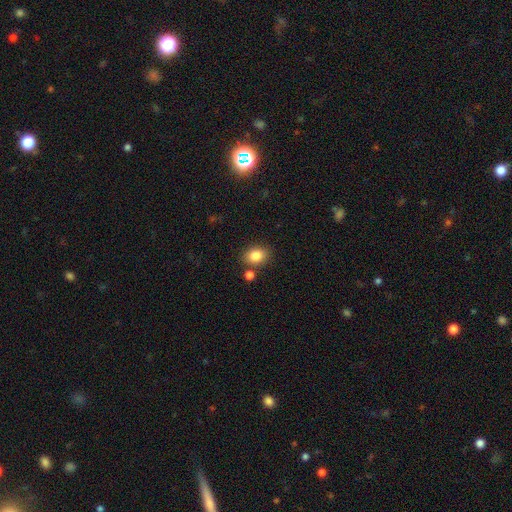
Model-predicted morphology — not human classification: Smooth or featured? Predicted: smooth (p=0.84). How rounded? Predicted: in between (p=0.56). Merging? Predicted: none (p=0.78).